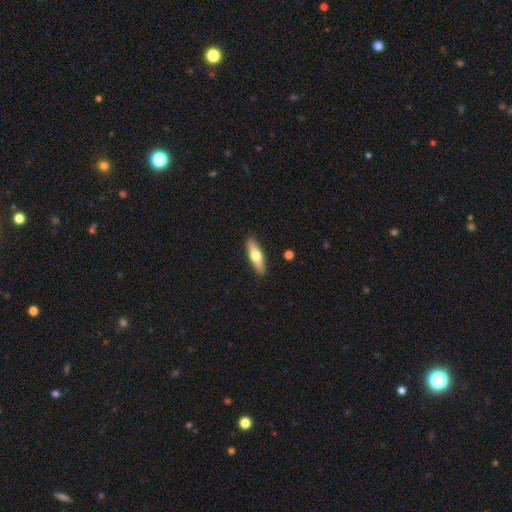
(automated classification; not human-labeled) Smooth or featured? smooth (58%)
How rounded? cigar-shaped (53%)
Merging? none (90%)